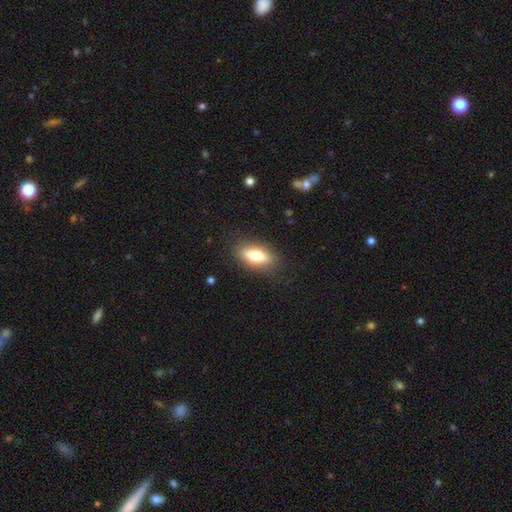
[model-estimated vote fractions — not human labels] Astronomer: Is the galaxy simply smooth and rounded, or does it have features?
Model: smooth — 67%.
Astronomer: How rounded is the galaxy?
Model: in between — 74%.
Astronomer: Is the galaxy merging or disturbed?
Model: none — 85%.